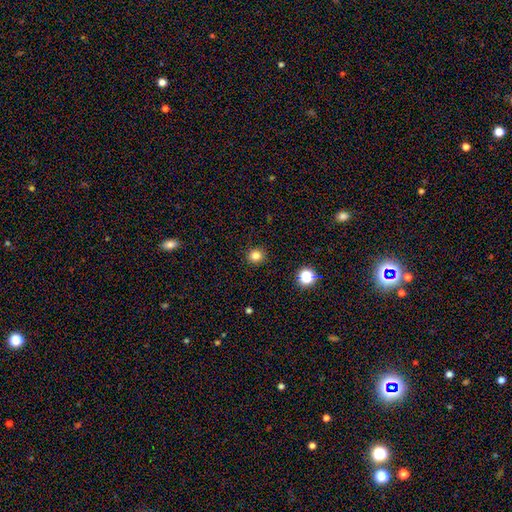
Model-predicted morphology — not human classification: A smooth galaxy with no disk features (82%) that is round (87%). Merging: none (91%).